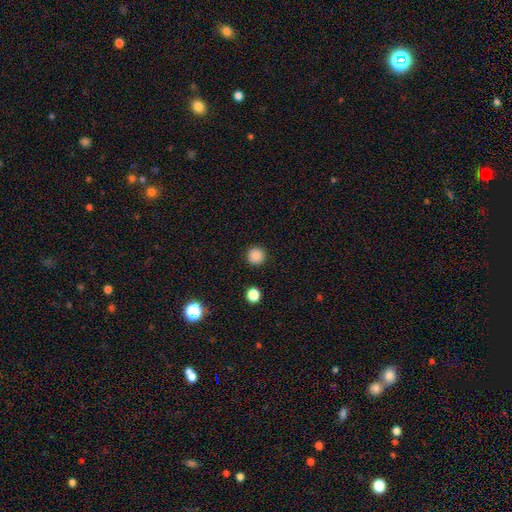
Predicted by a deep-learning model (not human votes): Smooth or featured? Predicted: smooth (p=0.86). How rounded? Predicted: round (p=0.95). Merging? Predicted: none (p=0.92).